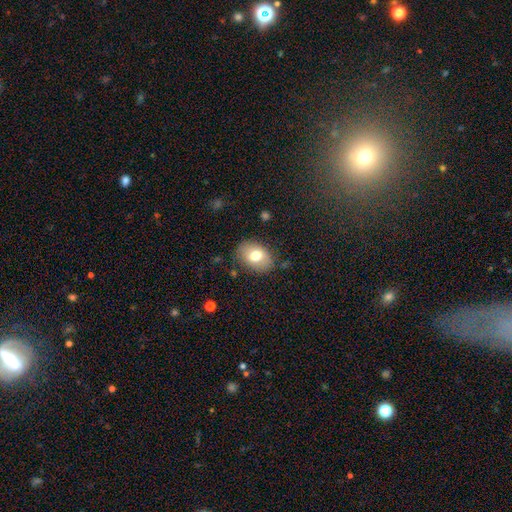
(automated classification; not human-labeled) The model was most divided on "how rounded": in between: 76%, round: 23%, cigar-shaped: 1%. More confident: merging — none (82%); smooth or featured — smooth (74%).